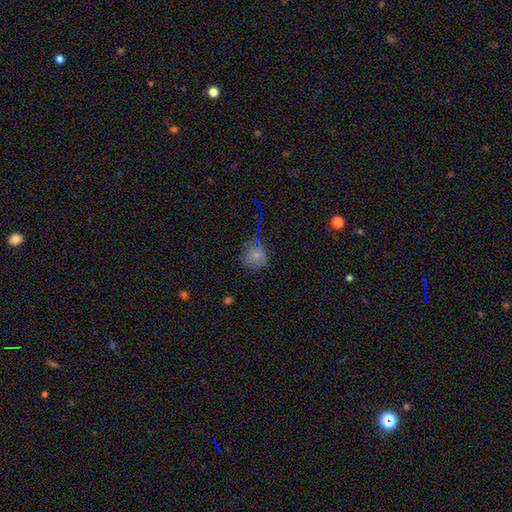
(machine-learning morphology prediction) Smooth or featured? smooth (67%)
How rounded? round (82%)
Merging? none (75%)